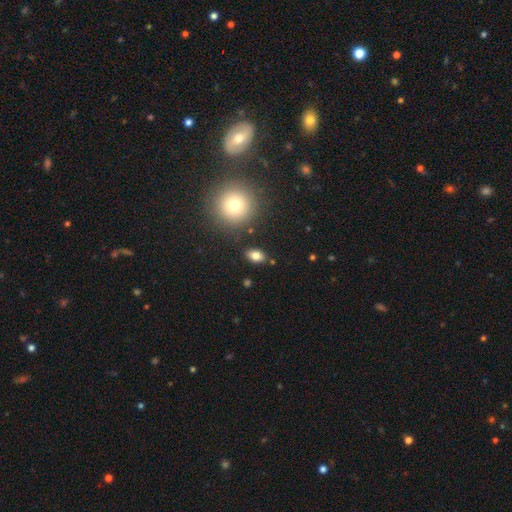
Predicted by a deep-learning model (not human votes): Overall: smooth (81%). How rounded: in between (86%). Merging: none (85%).